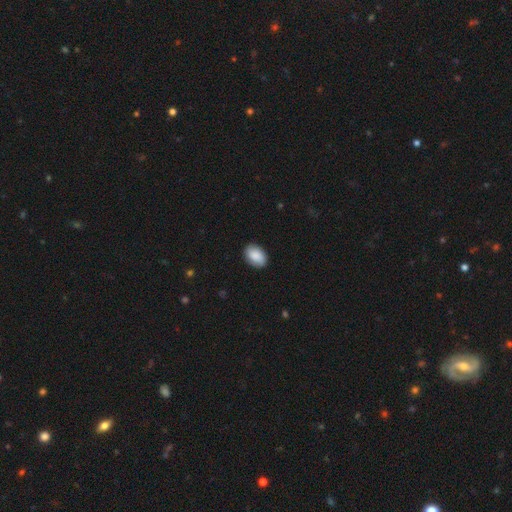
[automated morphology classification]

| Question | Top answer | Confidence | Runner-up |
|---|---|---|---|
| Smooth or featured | smooth | 89% | star or artifact (6%) |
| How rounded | in between | 88% | round (11%) |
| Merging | none | 87% | minor disturbance (10%) |